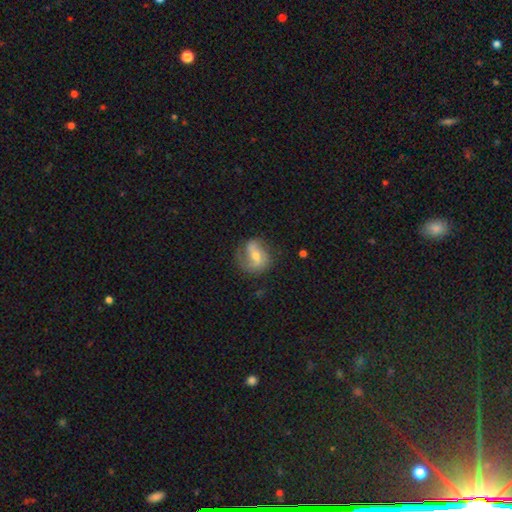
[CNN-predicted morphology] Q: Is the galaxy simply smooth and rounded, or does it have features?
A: featured or disk — 73%.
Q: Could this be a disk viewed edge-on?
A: no — 97%.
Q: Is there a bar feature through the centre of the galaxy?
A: weak — 46%.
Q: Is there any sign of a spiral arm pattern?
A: yes — 90%.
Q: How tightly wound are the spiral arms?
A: medium — 44%.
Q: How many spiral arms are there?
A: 2 — 68%.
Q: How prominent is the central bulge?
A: moderate — 61%.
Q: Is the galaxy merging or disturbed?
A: none — 65%.